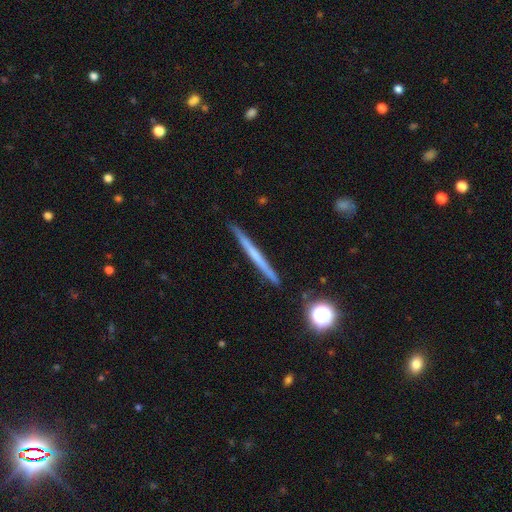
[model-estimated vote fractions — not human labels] Smooth or featured?
  - featured or disk: 51% *
  - smooth: 42%
  - star or artifact: 7%
Edge-on disk?
  - yes: 97% *
  - no: 3%
Merging?
  - none: 91% *
  - minor disturbance: 7%
  - major disturbance: 1%
  - merger: 1%